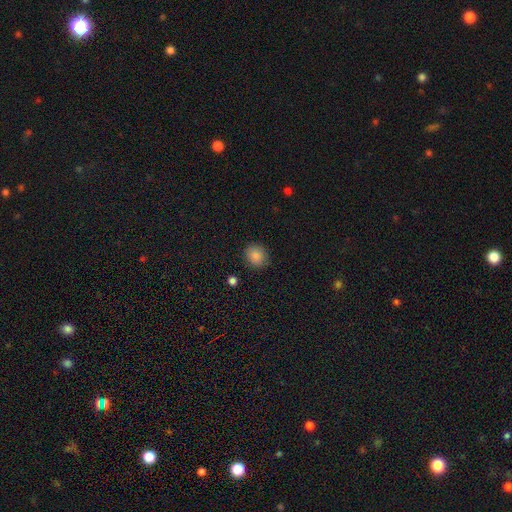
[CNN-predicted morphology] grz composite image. It shows a smooth galaxy with no disk features (86%) that is round (79%). Merging: none (87%).